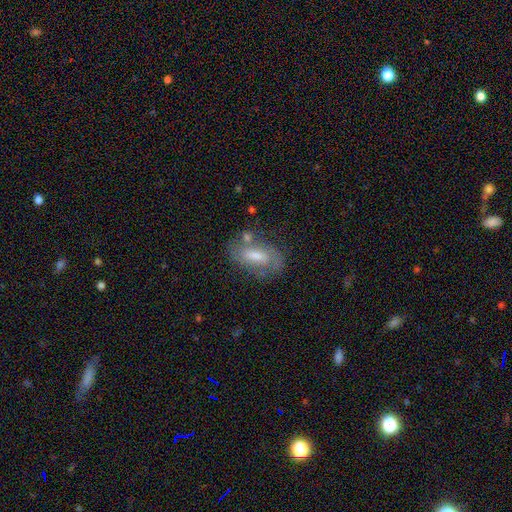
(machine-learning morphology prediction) This is possibly a featured or disk galaxy (53%). It is clearly not viewed edge-on (89%). Merging: likely none (64%).